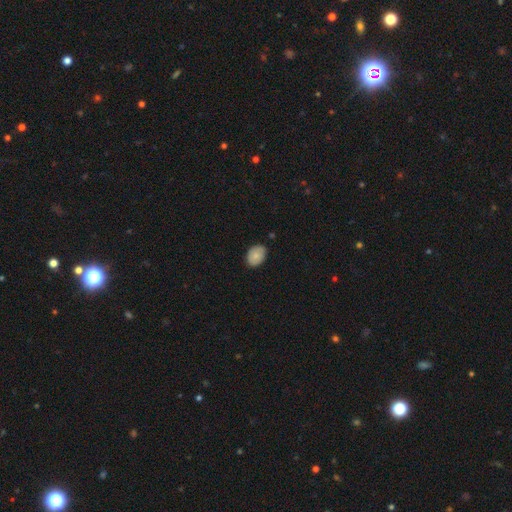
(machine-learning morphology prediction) Smooth or featured?
  - smooth: 81% *
  - featured or disk: 12%
  - star or artifact: 8%
How rounded?
  - in between: 76% *
  - round: 23%
  - cigar-shaped: 1%
Merging?
  - none: 82% *
  - minor disturbance: 14%
  - major disturbance: 2%
  - merger: 1%